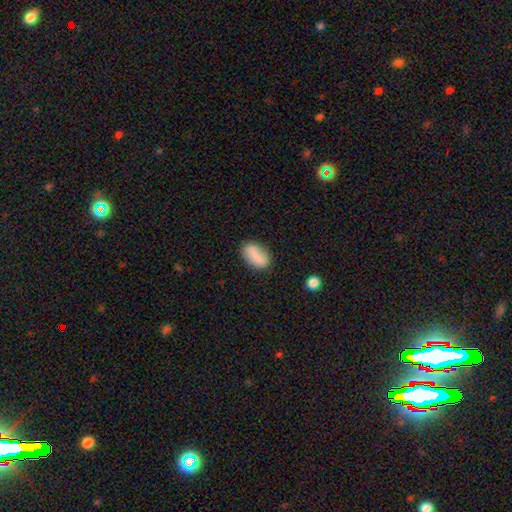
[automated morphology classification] smooth-or-featured: smooth: 83% | featured or disk: 9% | star or artifact: 7%
  how-rounded: in between: 91% | round: 6% | cigar-shaped: 4%
  merging: none: 75% | minor disturbance: 18% | major disturbance: 4% | merger: 3%